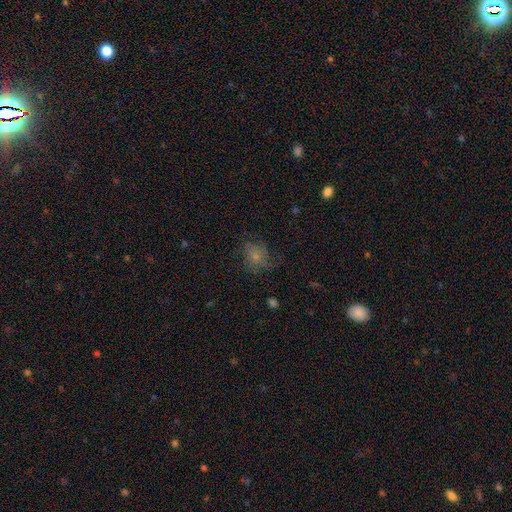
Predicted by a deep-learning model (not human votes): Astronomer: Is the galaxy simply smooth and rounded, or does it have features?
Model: smooth — 62%.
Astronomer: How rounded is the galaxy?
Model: round — 54% (runner-up: in between, 45%).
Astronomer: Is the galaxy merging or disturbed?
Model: none — 55%.